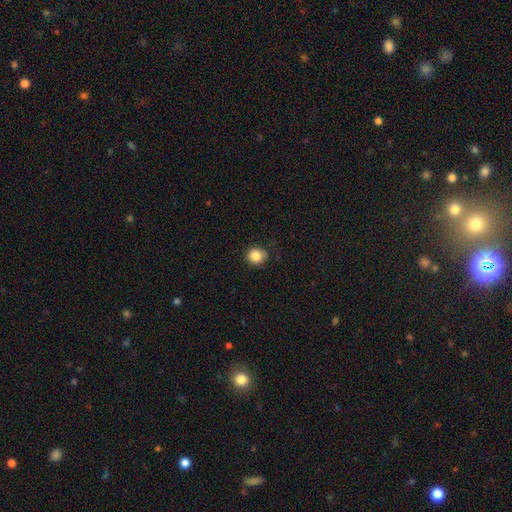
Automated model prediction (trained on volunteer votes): Smooth or featured?
  - smooth: 85% *
  - star or artifact: 10%
  - featured or disk: 5%
How rounded?
  - round: 87% *
  - in between: 12%
  - cigar-shaped: 1%
Merging?
  - none: 83% *
  - minor disturbance: 14%
  - major disturbance: 3%
  - merger: 1%